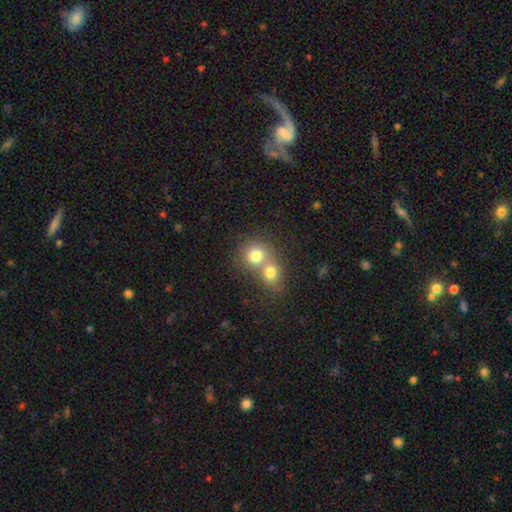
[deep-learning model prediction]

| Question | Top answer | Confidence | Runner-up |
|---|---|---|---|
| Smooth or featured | smooth | 76% | featured or disk (13%) |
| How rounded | round | 82% | in between (17%) |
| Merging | merger | 61% | none (31%) |